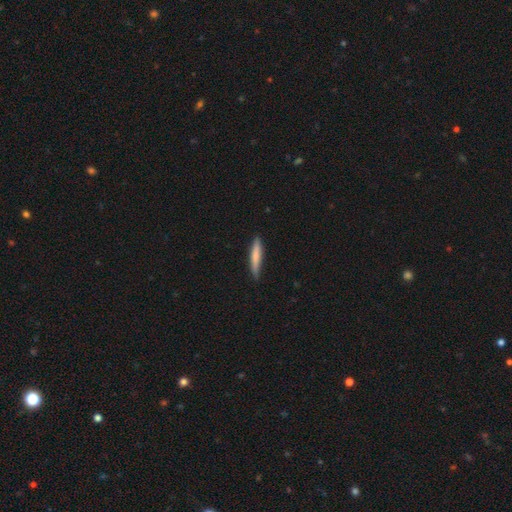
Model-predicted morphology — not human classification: Smooth or featured? Predicted: smooth (p=0.72). How rounded? Predicted: cigar-shaped (p=0.92). Merging? Predicted: none (p=0.85).